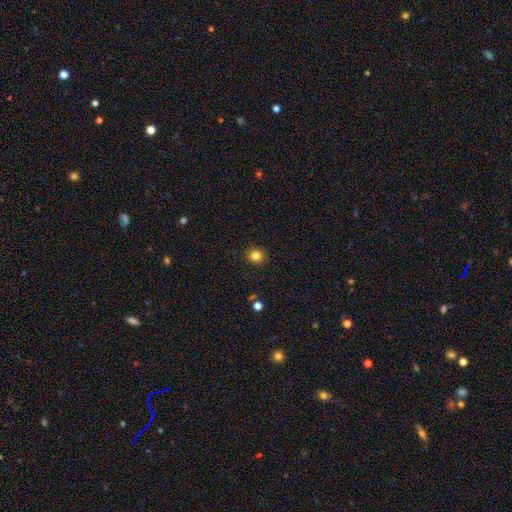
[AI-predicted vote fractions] This is clearly a smooth galaxy (82%). How rounded: likely round (72%). Merging: clearly none (90%).